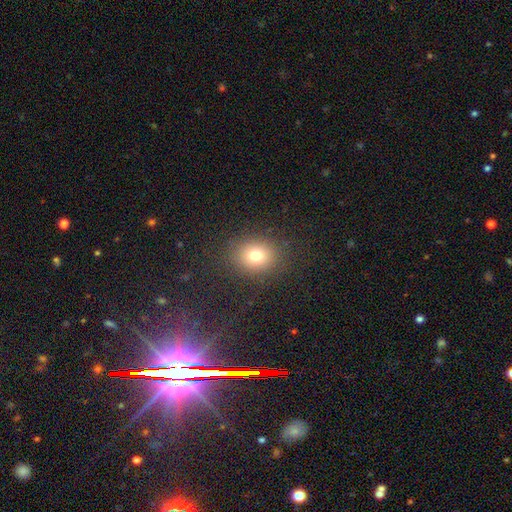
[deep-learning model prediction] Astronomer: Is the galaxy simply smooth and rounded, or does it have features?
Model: smooth — 76%.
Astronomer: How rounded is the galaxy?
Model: round — 66%.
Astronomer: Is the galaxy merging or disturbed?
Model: none — 86%.